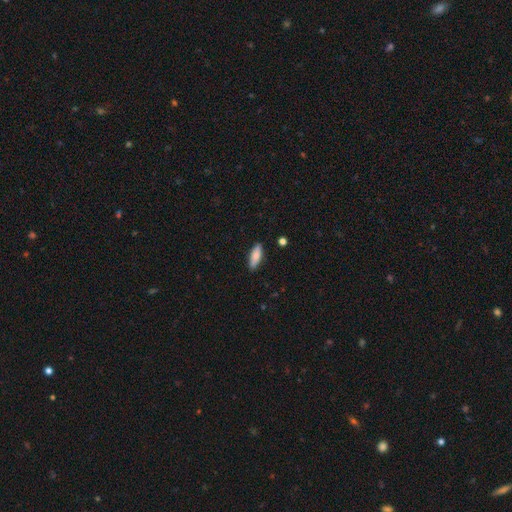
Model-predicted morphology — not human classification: type=smooth (80%); roundness=in between (57%); merging=none (87%).